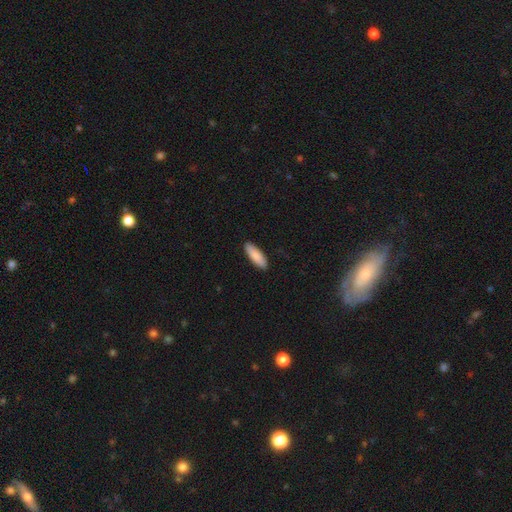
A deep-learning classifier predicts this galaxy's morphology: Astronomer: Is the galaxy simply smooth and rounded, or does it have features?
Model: smooth — 88%.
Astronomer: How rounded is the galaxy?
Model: in between — 57% (runner-up: cigar-shaped, 41%).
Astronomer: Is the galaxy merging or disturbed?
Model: none — 90%.